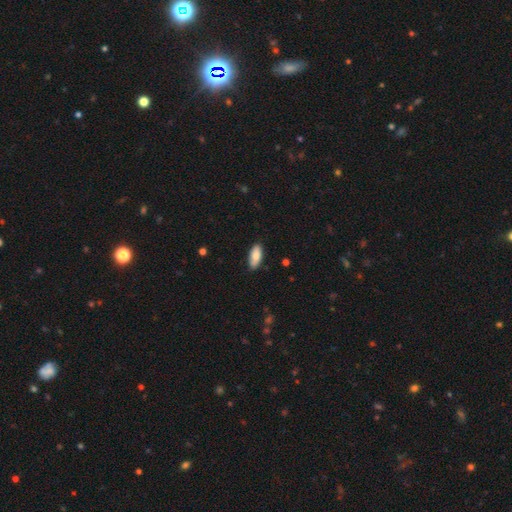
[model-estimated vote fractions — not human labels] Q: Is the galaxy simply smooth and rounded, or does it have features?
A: smooth — 83%.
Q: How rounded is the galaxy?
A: in between — 85%.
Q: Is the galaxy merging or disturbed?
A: none — 84%.